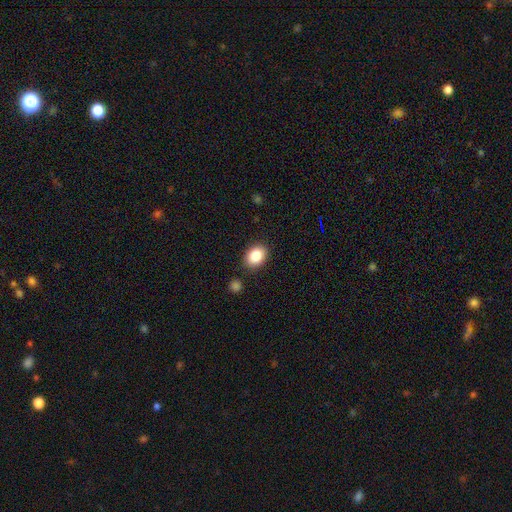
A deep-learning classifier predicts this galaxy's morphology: This appears to be a smooth galaxy with no disk features (86%) that is in between round and cigar-shaped (73%). Merging: none (84%).